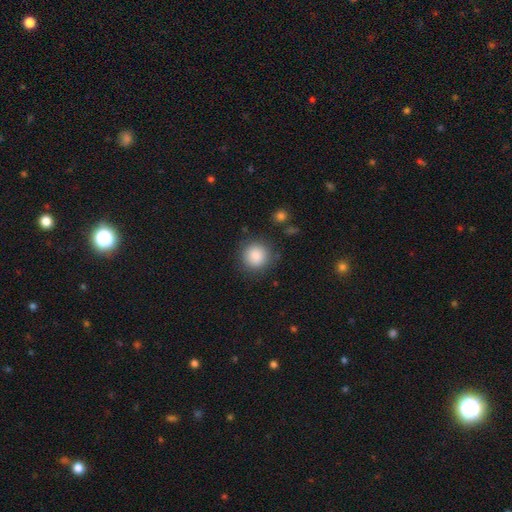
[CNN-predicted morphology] Smooth or featured? Predicted: smooth (p=0.87). How rounded? Predicted: round (p=0.91). Merging? Predicted: none (p=0.85).